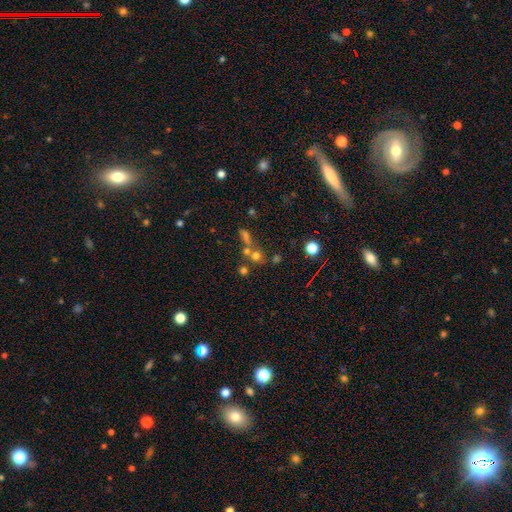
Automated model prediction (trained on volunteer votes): Smooth or featured? Predicted: smooth (p=0.60). How rounded? Predicted: round (p=0.84). Merging? Predicted: none (p=0.49).